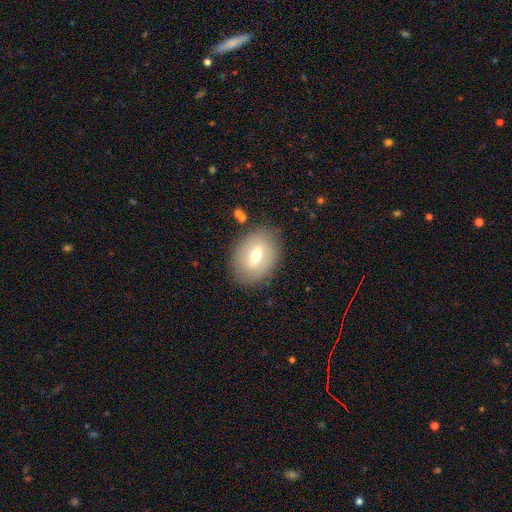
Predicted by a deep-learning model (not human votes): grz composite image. It shows a smooth galaxy with no disk features (54%) that is in between round and cigar-shaped (71%). Merging: none (83%).